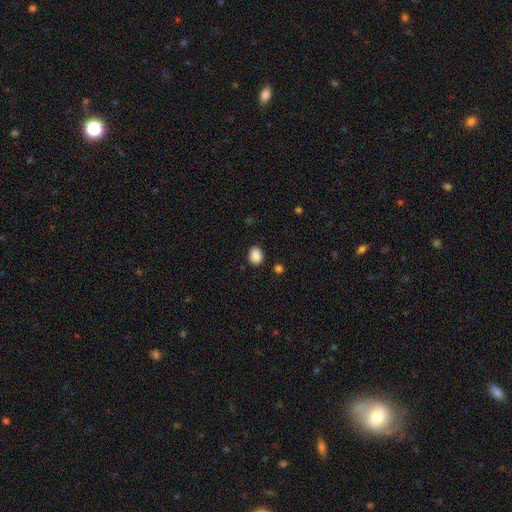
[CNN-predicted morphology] This is clearly a smooth galaxy (89%). How rounded: likely in between (63%). Merging: clearly none (87%).